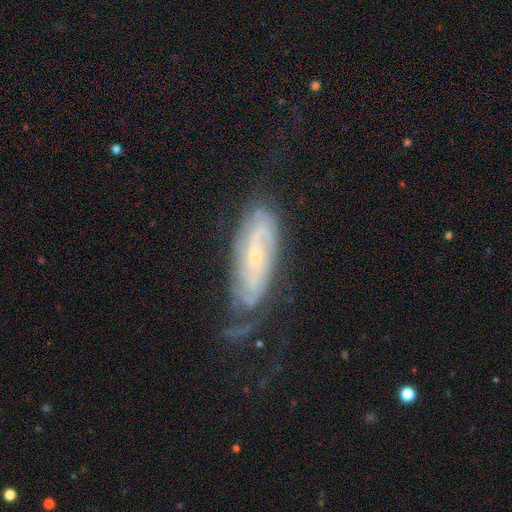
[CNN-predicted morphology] type=featured or disk (82%); edge-on=no (89%); bar=no (51%); spiral arms=yes (94%); winding=tight (56%); arm count=2 (42%); bulge=small (75%); merging=none (60%).